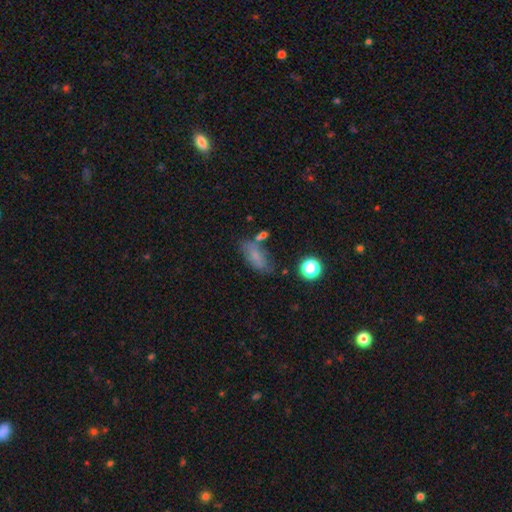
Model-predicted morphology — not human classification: The model was most divided on "merging": none: 61%, minor disturbance: 22%, merger: 9%, major disturbance: 8%. More confident: how rounded — in between (81%); smooth or featured — smooth (69%).